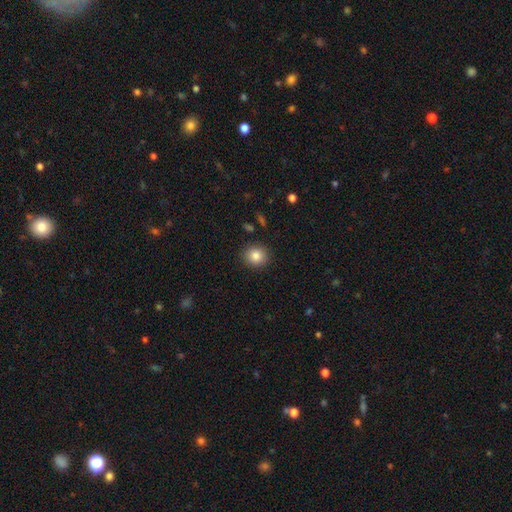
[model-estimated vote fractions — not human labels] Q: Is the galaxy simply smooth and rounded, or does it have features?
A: smooth — 84%.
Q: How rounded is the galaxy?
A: round — 84%.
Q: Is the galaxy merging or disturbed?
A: none — 90%.